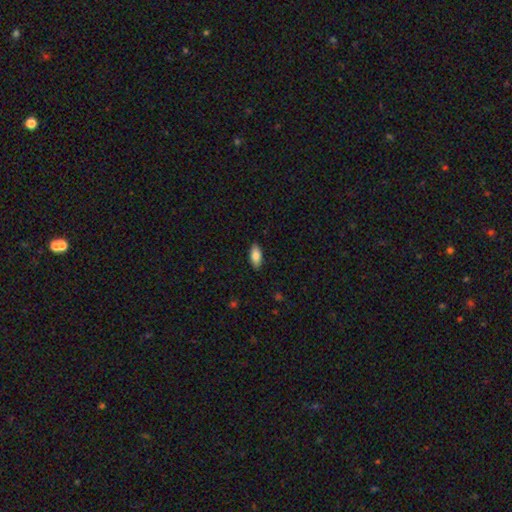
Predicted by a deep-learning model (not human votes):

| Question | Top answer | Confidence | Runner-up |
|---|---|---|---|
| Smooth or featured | smooth | 84% | featured or disk (10%) |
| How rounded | in between | 89% | cigar-shaped (9%) |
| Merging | none | 88% | minor disturbance (9%) |